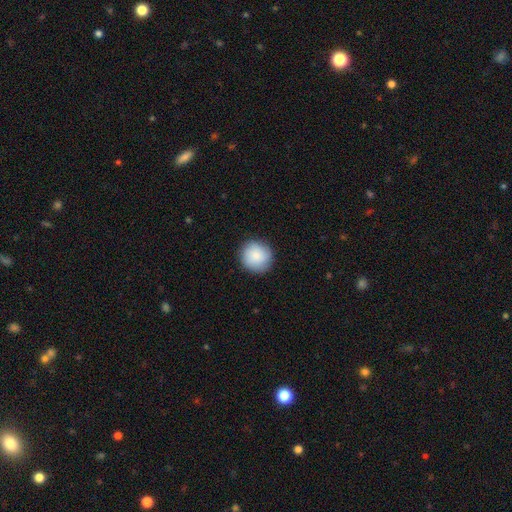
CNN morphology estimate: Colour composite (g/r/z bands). It shows a smooth galaxy with no disk features (85%) that is round (93%). Merging: none (87%).